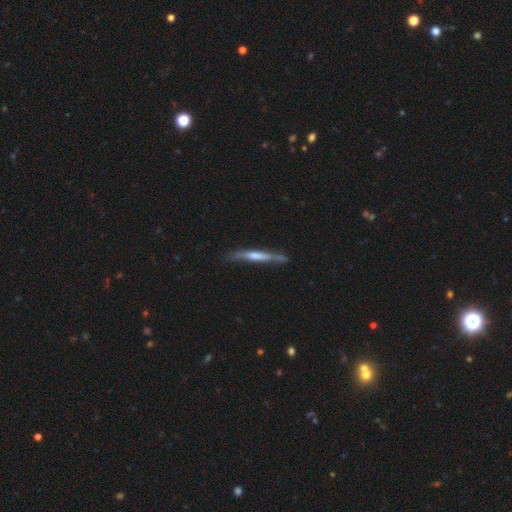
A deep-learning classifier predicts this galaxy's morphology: Smooth or featured?
  - featured or disk: 63% *
  - smooth: 31%
  - star or artifact: 6%
Edge-on disk?
  - yes: 94% *
  - no: 6%
Edge-on bulge?
  - rounded: 45% *
  - none: 34%
  - boxy: 21%
Merging?
  - none: 76% *
  - minor disturbance: 18%
  - major disturbance: 3%
  - merger: 2%